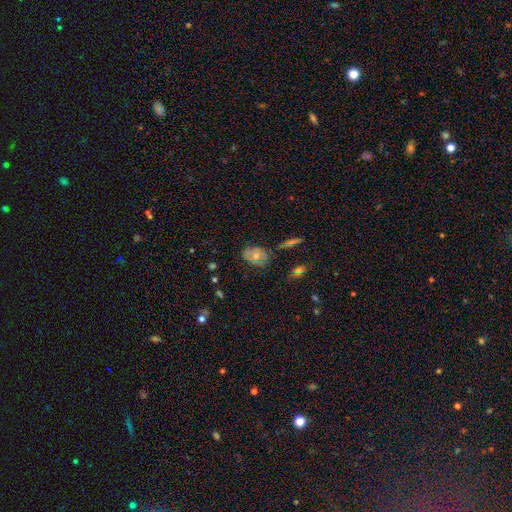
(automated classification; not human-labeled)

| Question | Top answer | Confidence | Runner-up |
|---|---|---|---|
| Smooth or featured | smooth | 50% | featured or disk (36%) |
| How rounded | in between | 72% | round (27%) |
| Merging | none | 64% | minor disturbance (24%) |